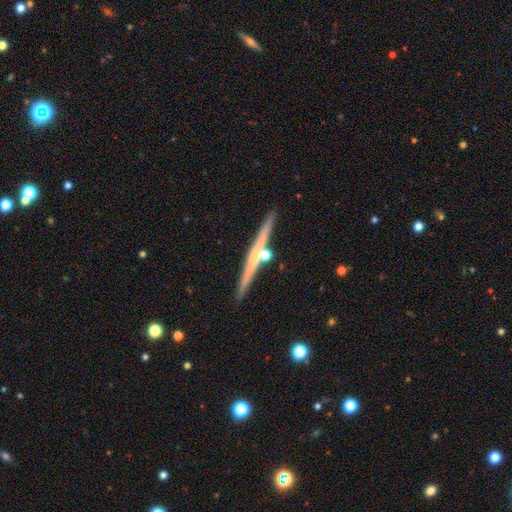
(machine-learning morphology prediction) Smooth or featured? Predicted: featured or disk (p=0.65). Edge-on disk? Predicted: yes (p=0.97). Edge-on bulge? Predicted: rounded (p=0.51). Merging? Predicted: none (p=0.84).